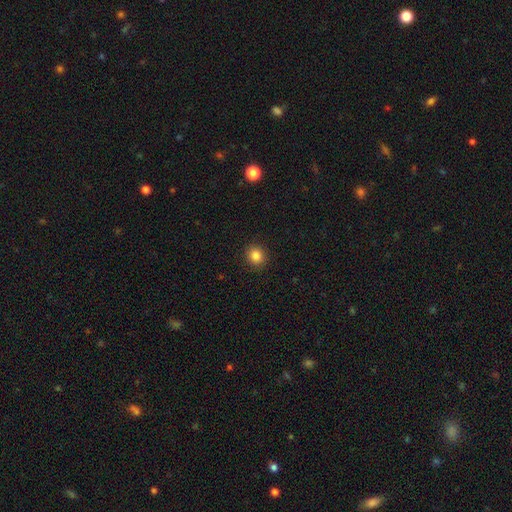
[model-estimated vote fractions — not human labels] Smooth or featured? smooth (85%)
How rounded? round (82%)
Merging? none (91%)